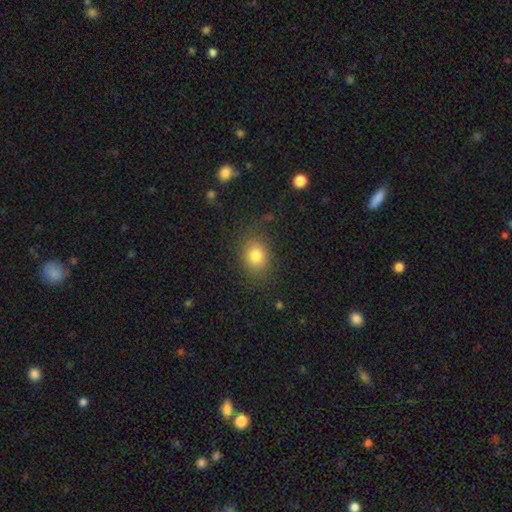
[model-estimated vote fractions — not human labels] Morphology: type=smooth (80%); roundness=round (57%); merging=none (83%).